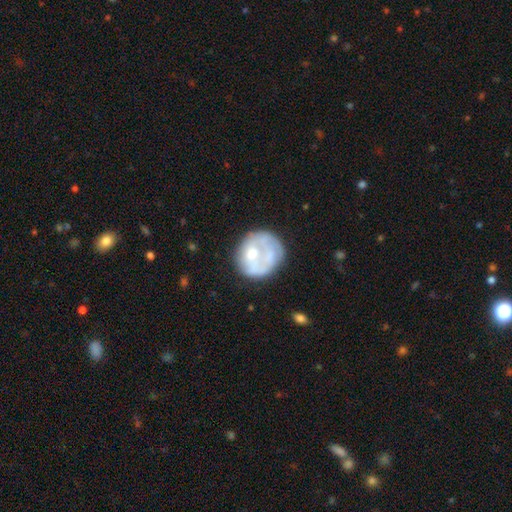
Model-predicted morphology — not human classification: Smooth or featured?
  - featured or disk: 47% *
  - smooth: 45%
  - star or artifact: 8%
Merging?
  - none: 54% *
  - minor disturbance: 22%
  - major disturbance: 16%
  - merger: 8%